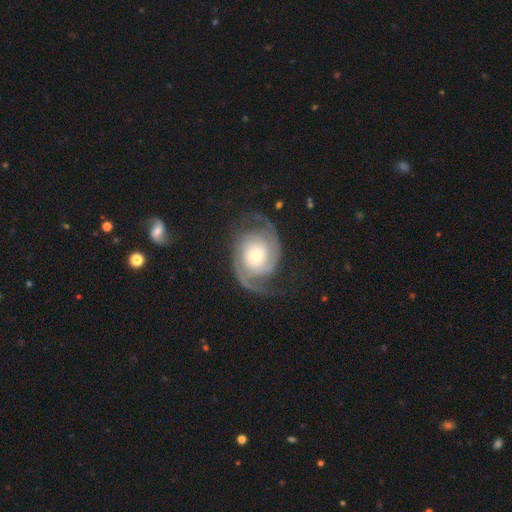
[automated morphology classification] A featured or disk galaxy (89%) with no bar (74%), 2 (89%) medium (44%) spiral arms (97%) and a moderate central bulge (44%).

Vote fractions:
- Smooth or featured? featured or disk: 89% / smooth: 7% / star or artifact: 5%
- Edge-on disk? no: 97% / yes: 3%
- Bar? no: 74% / weak: 19% / strong: 7%
- Spiral arms? yes: 97% / no: 3%
- Spiral winding? medium: 44% / tight: 38% / loose: 18%
- Spiral arm count? 2: 89% / can't tell: 3% / 3: 3% / 1: 2% / 4: 1% / more than 4: 1%
- Bulge size? moderate: 44% / small: 43% / large: 9% / dominant: 2% / none: 1%
- Merging? none: 73% / minor disturbance: 15% / major disturbance: 11% / merger: 1%